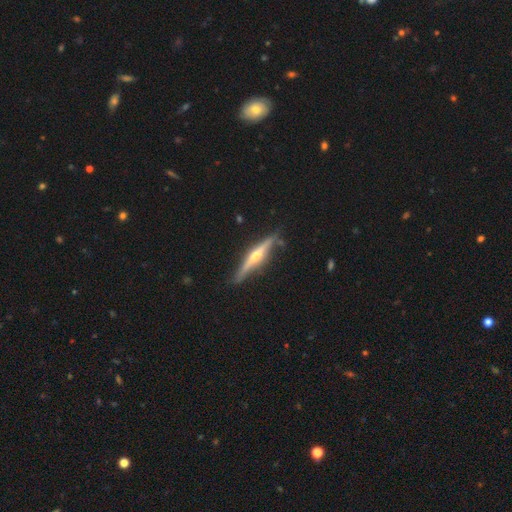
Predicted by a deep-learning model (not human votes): A featured or disk galaxy (78%) viewed edge-on (97%) with a rounded central bulge (88%).

Vote fractions:
- Smooth or featured? featured or disk: 78% / smooth: 17% / star or artifact: 5%
- Edge-on disk? yes: 97% / no: 3%
- Edge-on bulge? rounded: 88% / none: 7% / boxy: 5%
- Merging? none: 84% / minor disturbance: 12% / major disturbance: 2% / merger: 2%